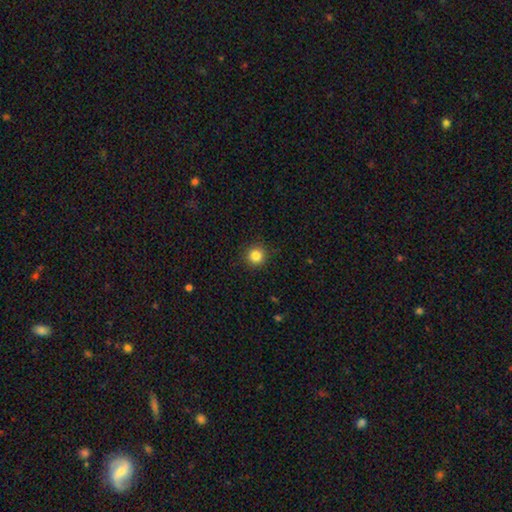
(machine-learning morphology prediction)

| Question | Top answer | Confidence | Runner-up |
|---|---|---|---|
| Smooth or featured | smooth | 85% | star or artifact (11%) |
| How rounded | round | 95% | in between (4%) |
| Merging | none | 91% | minor disturbance (6%) |